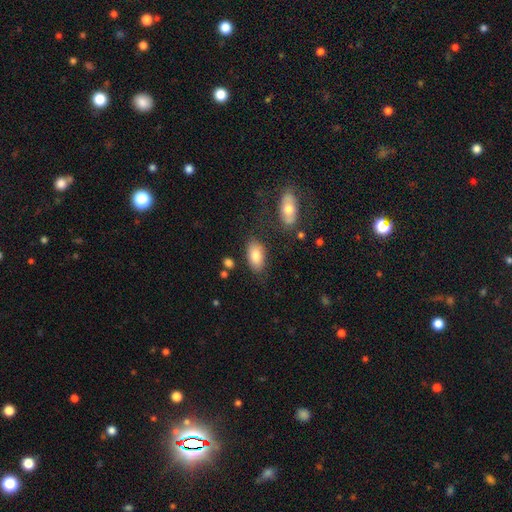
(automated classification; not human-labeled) smooth-or-featured: smooth: 81% | featured or disk: 12% | star or artifact: 7%
  how-rounded: in between: 93% | round: 5% | cigar-shaped: 2%
  merging: none: 77% | minor disturbance: 14% | merger: 5% | major disturbance: 4%